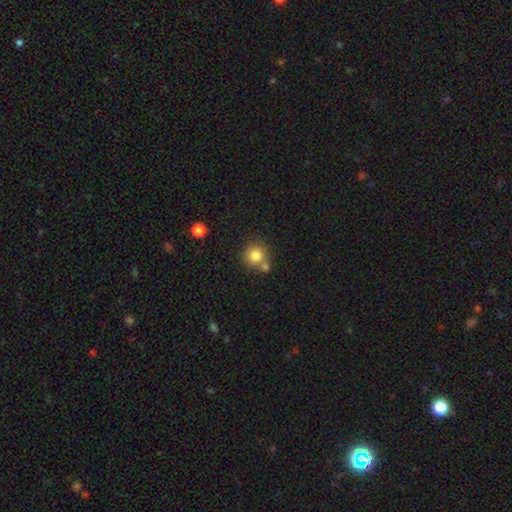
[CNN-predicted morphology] smooth_or_featured: smooth (p=0.82) [alt: star or artifact p=0.10]
how_rounded: round (p=0.91) [alt: in between p=0.08]
merging: none (p=0.62) [alt: merger p=0.25]